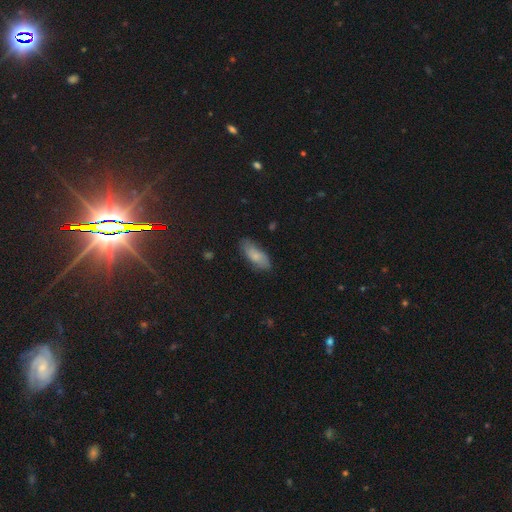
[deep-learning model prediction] This appears to be a smooth galaxy with no disk features (76%) that is in between round and cigar-shaped (80%). Merging: none (78%).